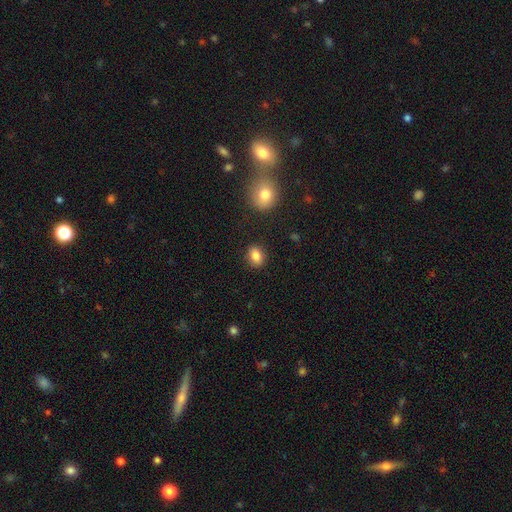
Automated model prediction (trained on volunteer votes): smooth 85%, star or artifact 9%, featured or disk 6%. Down the decision tree: how rounded — in between (66%); merging — none (87%).